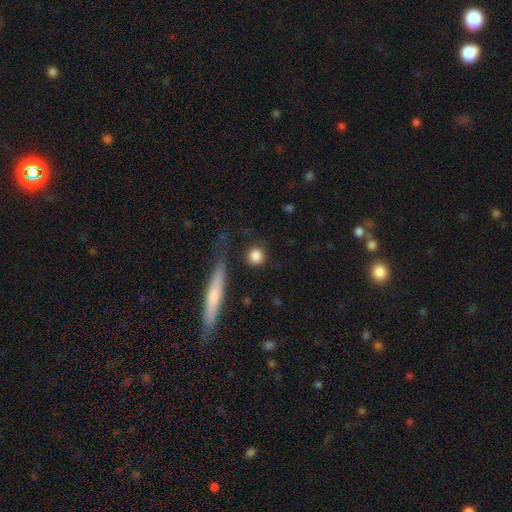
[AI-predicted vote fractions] Smooth or featured?
  - smooth: 85% *
  - star or artifact: 8%
  - featured or disk: 7%
How rounded?
  - round: 90% *
  - in between: 6%
  - cigar-shaped: 4%
Merging?
  - none: 83% *
  - minor disturbance: 9%
  - major disturbance: 4%
  - merger: 4%